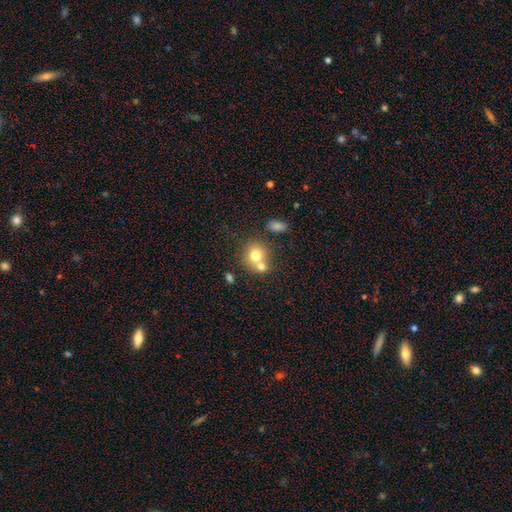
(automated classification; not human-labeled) smooth-or-featured: smooth: 73% | featured or disk: 17% | star or artifact: 10%
  how-rounded: round: 79% | in between: 20% | cigar-shaped: 1%
  merging: merger: 49% | none: 40% | minor disturbance: 8% | major disturbance: 3%